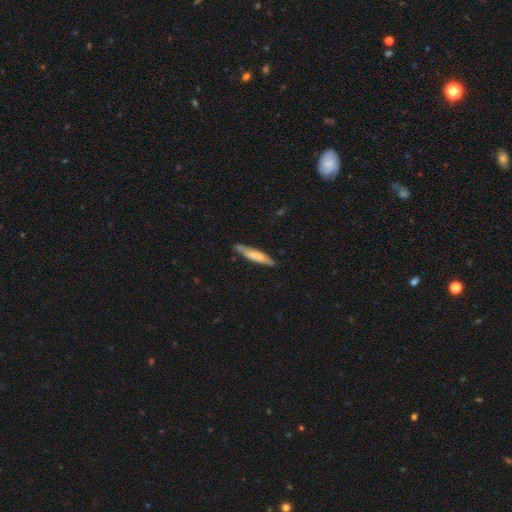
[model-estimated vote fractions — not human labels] Morphology: type=smooth (68%); roundness=cigar-shaped (87%); merging=none (80%).